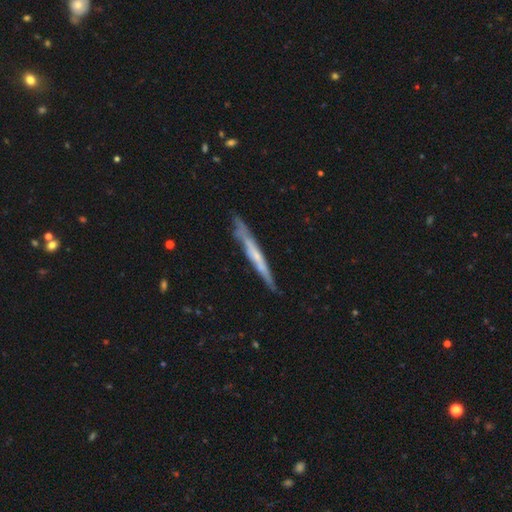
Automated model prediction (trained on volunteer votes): A featured or disk galaxy (61%) viewed edge-on (90%) with no central bulge (72%). Merging: none (76%).